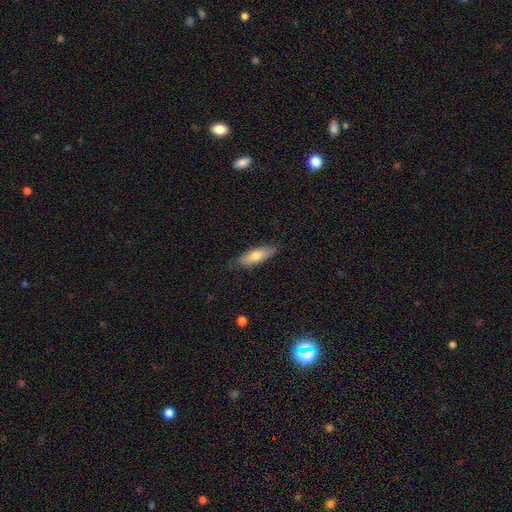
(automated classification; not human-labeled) Smooth or featured? smooth (71%)
How rounded? in between (59%)
Merging? none (83%)